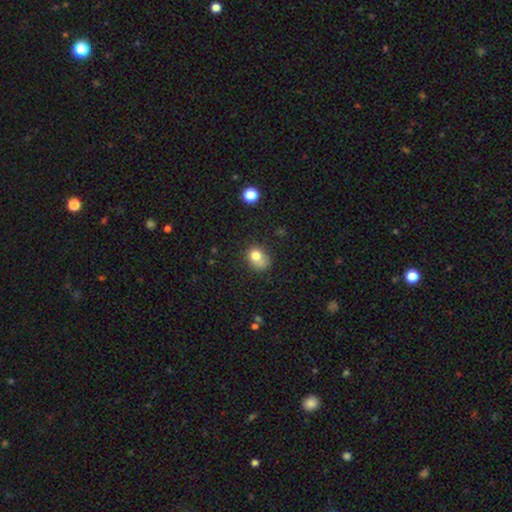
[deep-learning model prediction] smooth_or_featured: smooth (p=0.77) [alt: featured or disk p=0.12]
how_rounded: round (p=0.51) [alt: in between p=0.48]
merging: none (p=0.45) [alt: minor disturbance p=0.30]